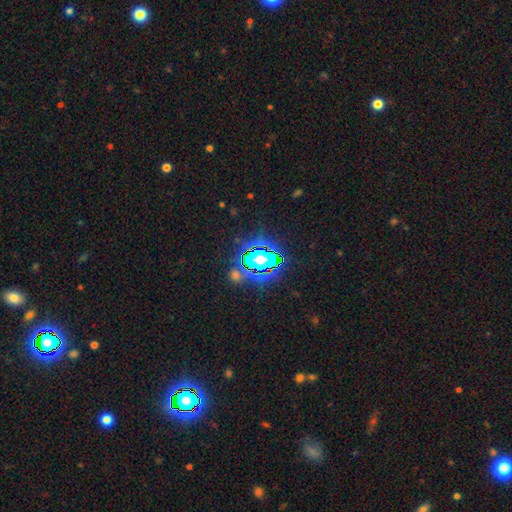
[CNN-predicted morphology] The model was most divided on "smooth or featured": star or artifact: 76%, smooth: 15%, featured or disk: 9%.